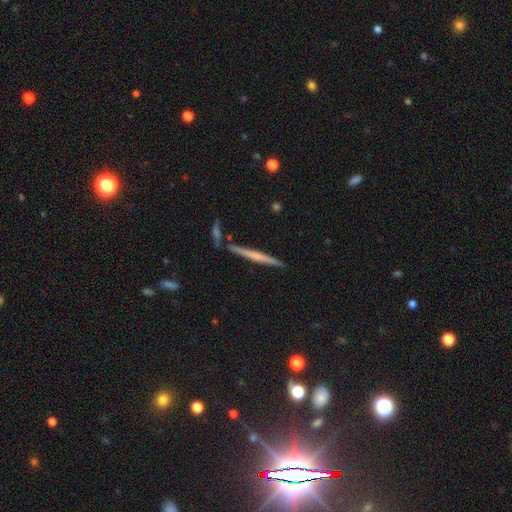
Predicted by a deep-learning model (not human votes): featured or disk 52%, smooth 42%, star or artifact 6%. Down the decision tree: edge-on disk — yes (97%); edge-on bulge — none (70%); merging — none (85%).